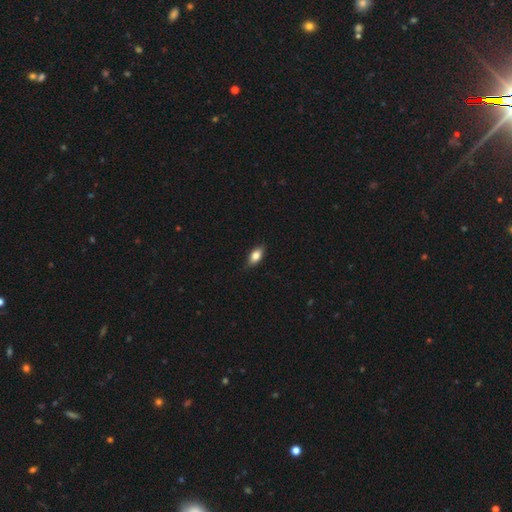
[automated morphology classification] A smooth galaxy with no disk features (77%) that is in between round and cigar-shaped (86%).

Vote fractions:
- Smooth or featured? smooth: 77% / featured or disk: 16% / star or artifact: 7%
- How rounded? in between: 86% / cigar-shaped: 9% / round: 5%
- Merging? none: 85% / minor disturbance: 12% / major disturbance: 2% / merger: 1%